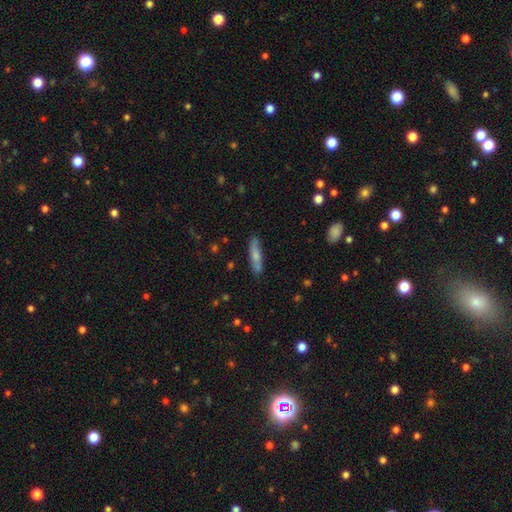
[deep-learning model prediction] A smooth galaxy with no disk features (66%) that is cigar-shaped (75%).

Vote fractions:
- Smooth or featured? smooth: 66% / featured or disk: 27% / star or artifact: 6%
- How rounded? cigar-shaped: 75% / in between: 24% / round: 2%
- Merging? none: 82% / minor disturbance: 13% / major disturbance: 3% / merger: 2%